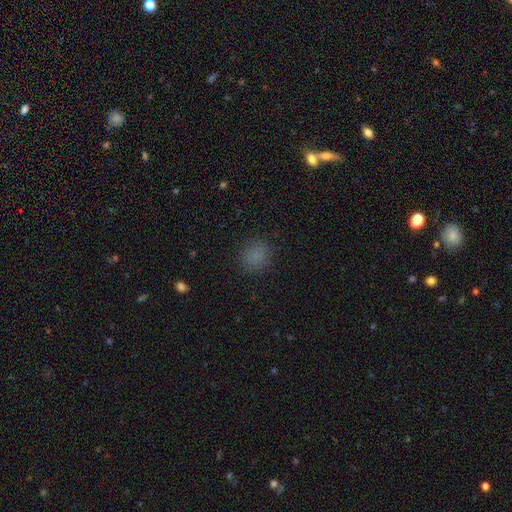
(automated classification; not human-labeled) Smooth or featured?
  - smooth: 81% *
  - star or artifact: 15%
  - featured or disk: 4%
How rounded?
  - round: 68% *
  - in between: 31%
  - cigar-shaped: 1%
Merging?
  - none: 87% *
  - minor disturbance: 9%
  - major disturbance: 3%
  - merger: 1%